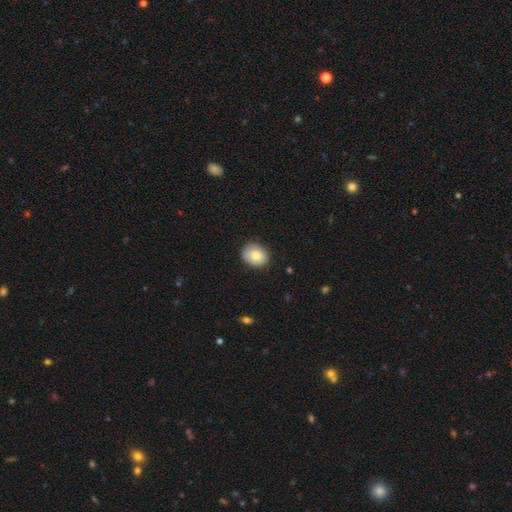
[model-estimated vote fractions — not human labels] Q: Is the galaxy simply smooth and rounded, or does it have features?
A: smooth — 78%.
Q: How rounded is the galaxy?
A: round — 57%.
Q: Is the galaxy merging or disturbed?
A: none — 82%.